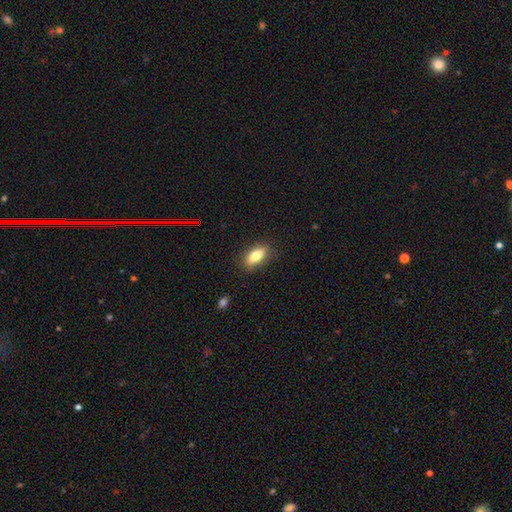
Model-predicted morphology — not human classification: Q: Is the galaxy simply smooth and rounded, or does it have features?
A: smooth — 78%.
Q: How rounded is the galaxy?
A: in between — 78%.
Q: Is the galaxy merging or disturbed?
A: none — 85%.